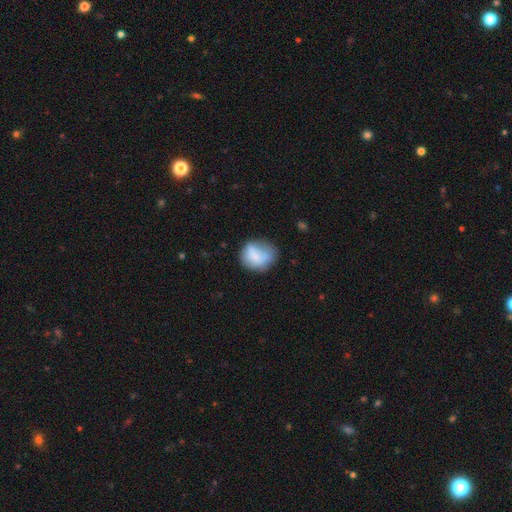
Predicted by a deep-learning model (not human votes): Smooth or featured?
  - smooth: 72% *
  - featured or disk: 19%
  - star or artifact: 9%
How rounded?
  - round: 58% *
  - in between: 41%
  - cigar-shaped: 1%
Merging?
  - none: 46% *
  - minor disturbance: 31%
  - major disturbance: 16%
  - merger: 6%